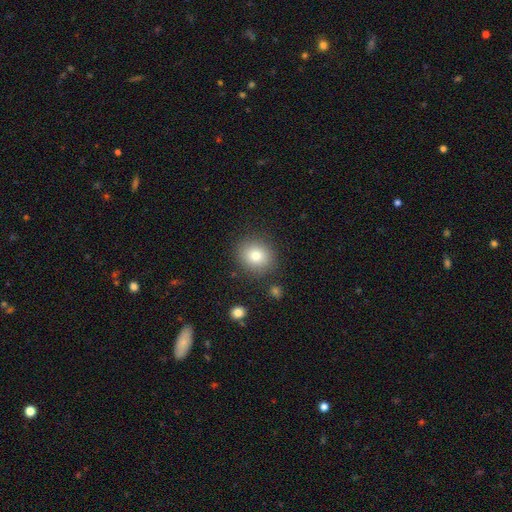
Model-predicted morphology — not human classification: Smooth or featured? Predicted: smooth (p=0.79). How rounded? Predicted: round (p=0.78). Merging? Predicted: none (p=0.86).